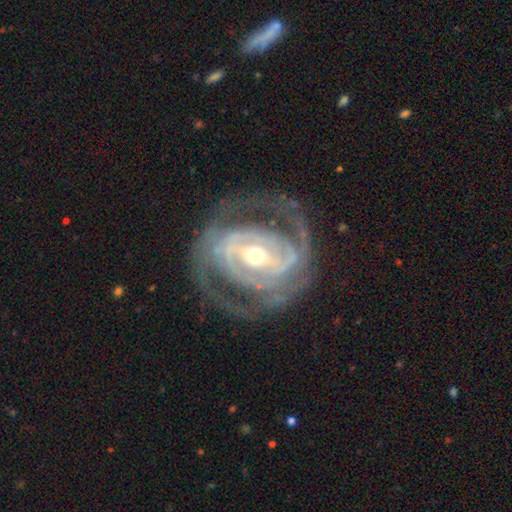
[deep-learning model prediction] Smooth or featured: featured or disk — 90% (smooth — 5%)
Edge-on disk: no — 96% (yes — 4%)
Bar: strong — 49% (weak — 34%)
Spiral arms: yes — 94% (no — 6%)
Spiral winding: tight — 48% (medium — 40%)
Spiral arm count: 2 — 61% (3 — 15%)
Bulge size: moderate — 65% (small — 28%)
Merging: none — 72% (minor disturbance — 14%)